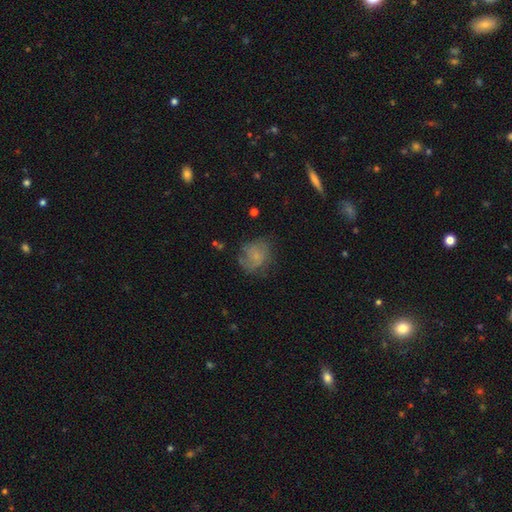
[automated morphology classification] Smooth or featured? smooth (55%)
How rounded? round (67%)
Merging? none (58%)